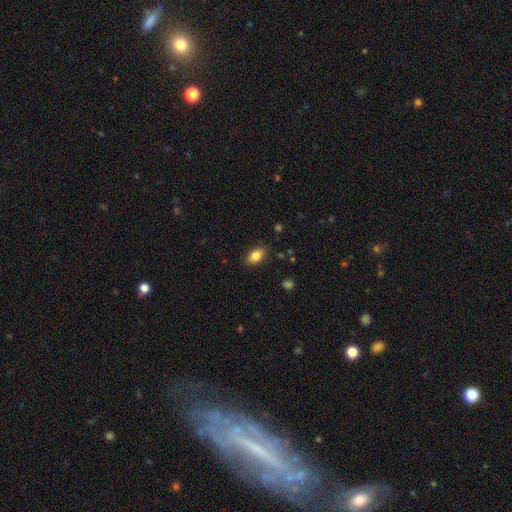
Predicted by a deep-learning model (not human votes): This appears to be a smooth galaxy with no disk features (85%) that is in between round and cigar-shaped (89%). Merging: none (86%).